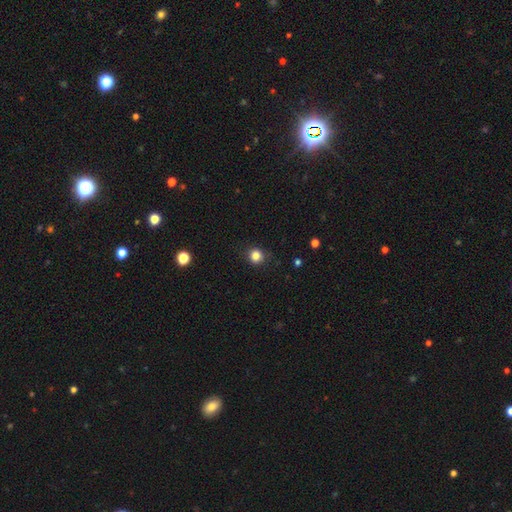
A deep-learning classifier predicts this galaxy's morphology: Overall: smooth (84%). How rounded: round (85%). Merging: none (87%).